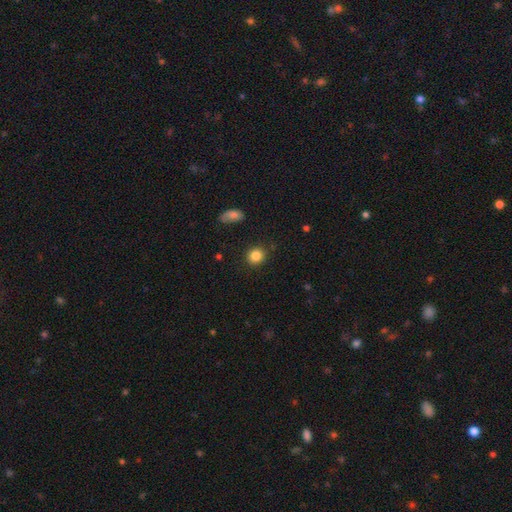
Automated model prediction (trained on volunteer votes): Smooth or featured? Predicted: smooth (p=0.86). How rounded? Predicted: round (p=0.83). Merging? Predicted: none (p=0.87).